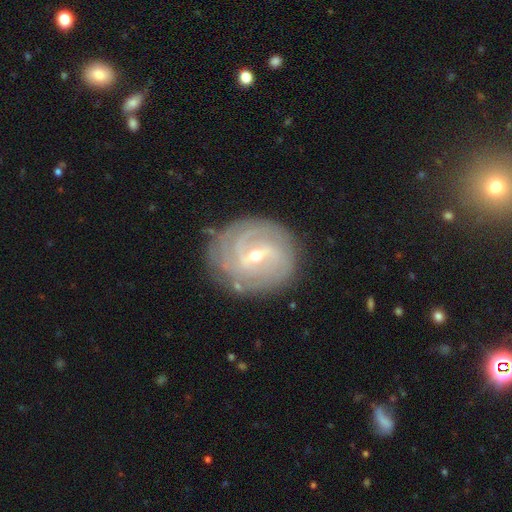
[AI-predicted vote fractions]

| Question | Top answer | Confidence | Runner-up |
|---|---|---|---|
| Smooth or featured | featured or disk | 86% | smooth (9%) |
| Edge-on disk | no | 97% | yes (3%) |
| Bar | weak | 53% | strong (32%) |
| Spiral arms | yes | 94% | no (6%) |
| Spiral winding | tight | 64% | medium (28%) |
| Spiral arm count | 2 | 32% | can't tell (30%) |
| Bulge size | small | 59% | moderate (38%) |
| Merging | none | 80% | minor disturbance (14%) |